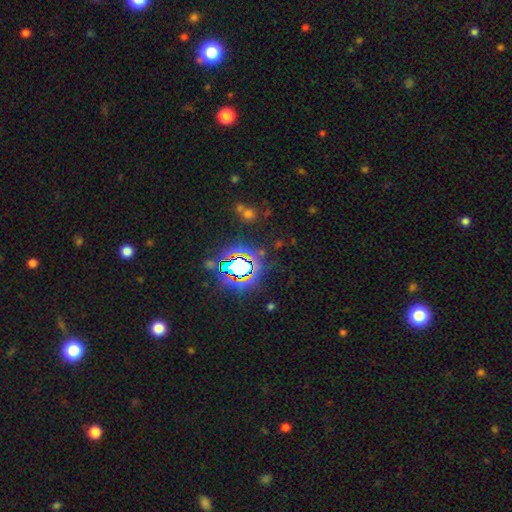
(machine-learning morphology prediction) Smooth or featured?
  - star or artifact: 81% *
  - smooth: 11%
  - featured or disk: 8%